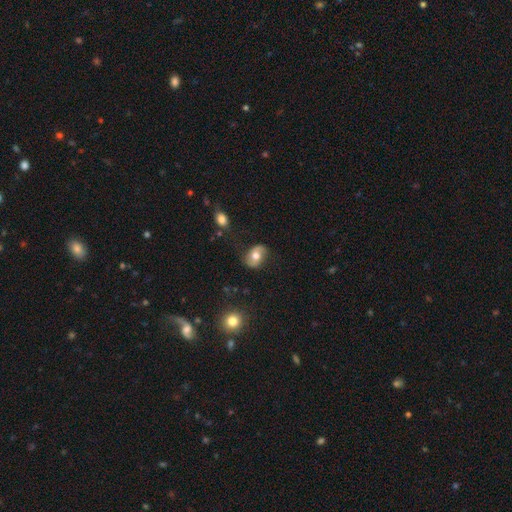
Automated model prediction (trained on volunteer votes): A smooth galaxy with no disk features (47%).

Vote fractions:
- Smooth or featured? smooth: 47% / featured or disk: 44% / star or artifact: 8%
- Merging? none: 73% / minor disturbance: 19% / major disturbance: 6% / merger: 2%